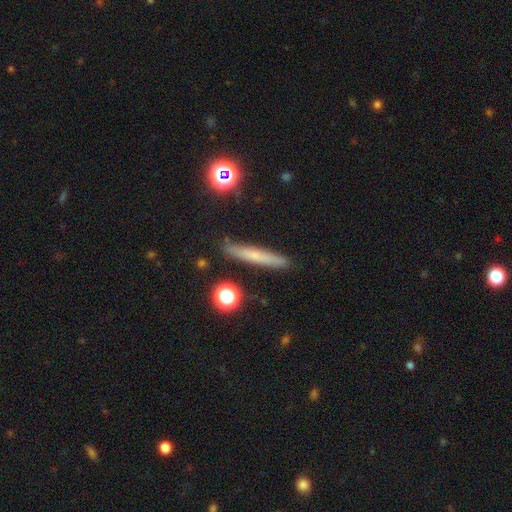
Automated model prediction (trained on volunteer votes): Morphology: type=smooth (55%); roundness=cigar-shaped (93%); merging=none (88%).